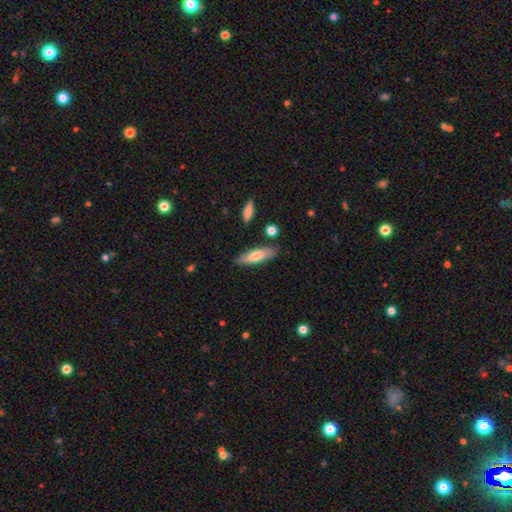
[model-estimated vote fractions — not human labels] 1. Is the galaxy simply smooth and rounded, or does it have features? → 70% smooth, 24% featured or disk, 6% star or artifact.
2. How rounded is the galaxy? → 57% cigar-shaped, 41% in between, 2% round.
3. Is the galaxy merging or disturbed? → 82% none, 12% minor disturbance, 3% merger, 2% major disturbance.